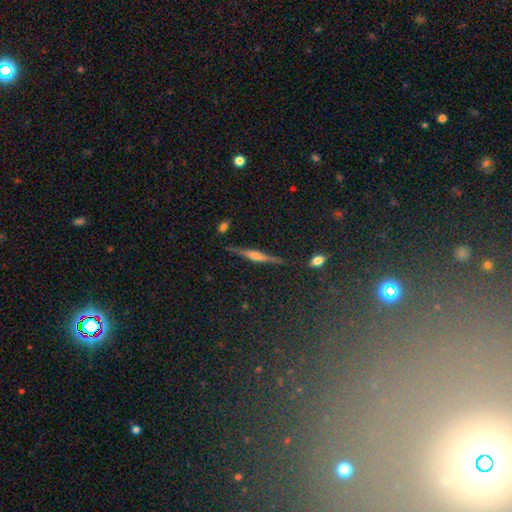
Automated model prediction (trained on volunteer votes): Morphology: type=featured or disk (66%); edge-on=yes (97%); edge-on bulge=rounded (72%); merging=none (85%).